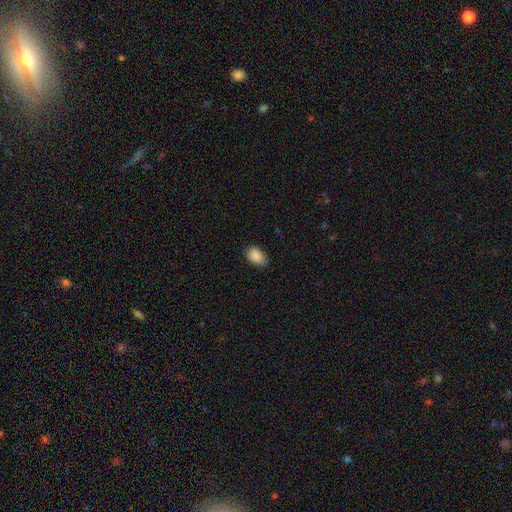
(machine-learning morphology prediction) Overall: smooth (88%). How rounded: in between (85%). Merging: none (77%).